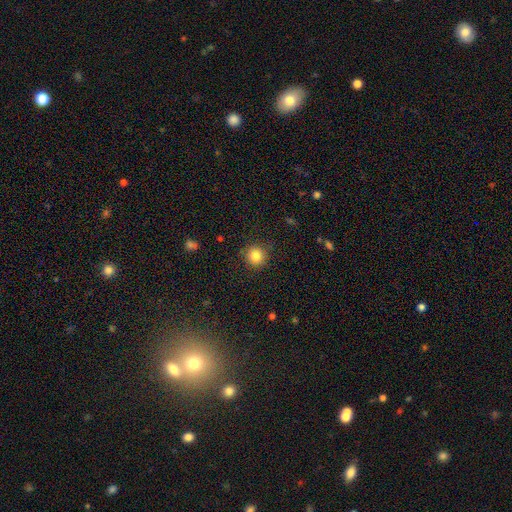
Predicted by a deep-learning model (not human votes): Smooth or featured: smooth — 84% (star or artifact — 11%)
How rounded: round — 92% (in between — 7%)
Merging: none — 88% (minor disturbance — 8%)